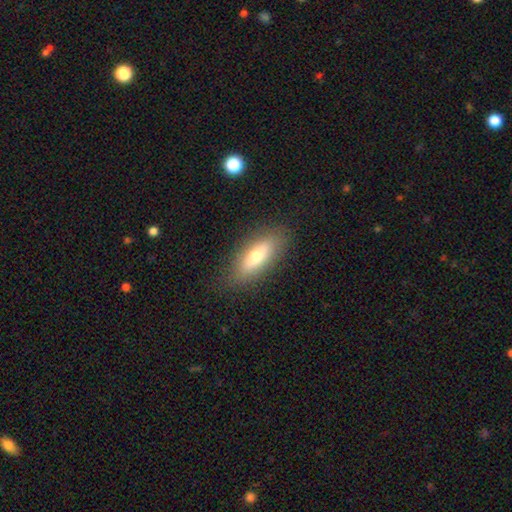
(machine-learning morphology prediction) Overall: smooth (68%). How rounded: in between (64%; cigar-shaped 33%). Merging: none (84%).